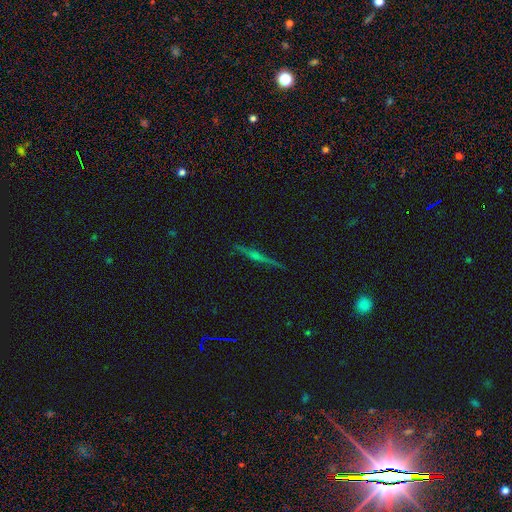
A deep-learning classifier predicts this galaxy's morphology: smooth_or_featured: featured or disk (p=0.73) [alt: smooth p=0.15]
disk_edge_on: yes (p=0.97) [alt: no p=0.03]
edge_on_bulge: rounded (p=0.64) [alt: none p=0.22]
merging: none (p=0.90) [alt: minor disturbance p=0.07]